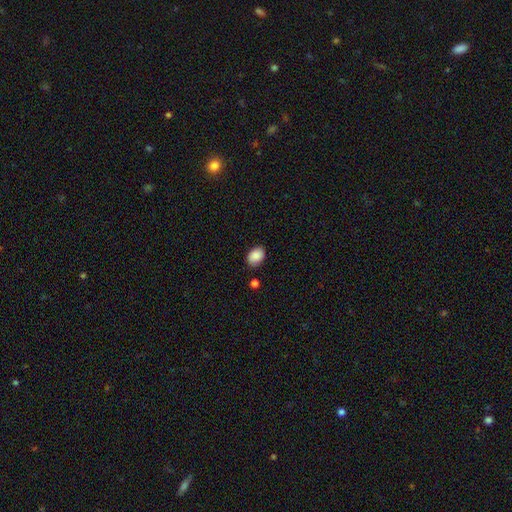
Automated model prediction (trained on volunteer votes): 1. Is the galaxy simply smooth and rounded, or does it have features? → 89% smooth, 7% star or artifact, 4% featured or disk.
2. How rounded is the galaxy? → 78% in between, 21% round, 1% cigar-shaped.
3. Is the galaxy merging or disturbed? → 81% none, 13% minor disturbance, 3% major disturbance, 3% merger.